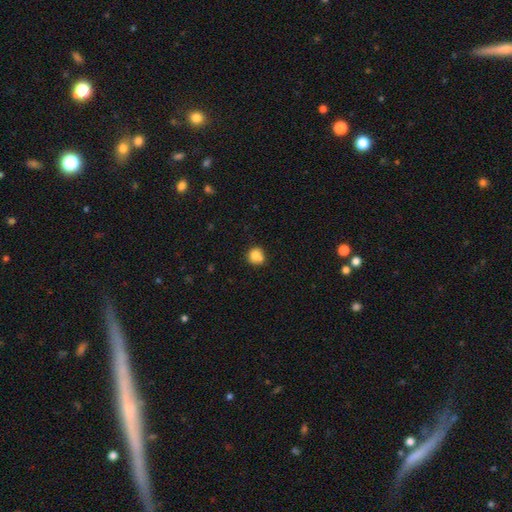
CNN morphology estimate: Smooth or featured?
  - smooth: 79% *
  - featured or disk: 11%
  - star or artifact: 10%
How rounded?
  - round: 81% *
  - in between: 18%
  - cigar-shaped: 1%
Merging?
  - none: 53% *
  - merger: 25%
  - minor disturbance: 17%
  - major disturbance: 5%